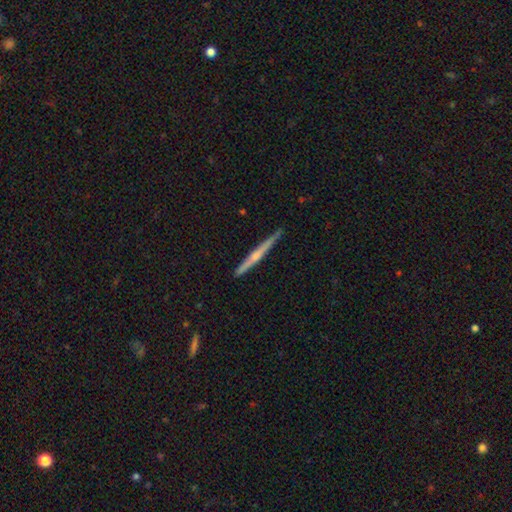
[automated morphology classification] smooth-or-featured: featured or disk: 67% | smooth: 27% | star or artifact: 6%
  disk-edge-on: yes: 98% | no: 2%
    edge-on-bulge: rounded: 68% | none: 27% | boxy: 5%
  merging: none: 89% | minor disturbance: 8% | major disturbance: 1% | merger: 1%